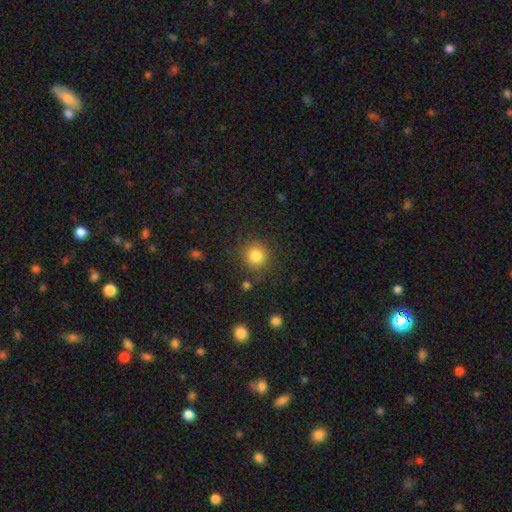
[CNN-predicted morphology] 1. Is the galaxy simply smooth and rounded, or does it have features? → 82% smooth, 12% star or artifact, 6% featured or disk.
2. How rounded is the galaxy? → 93% round, 6% in between, 1% cigar-shaped.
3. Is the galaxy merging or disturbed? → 85% none, 9% minor disturbance, 3% major disturbance, 3% merger.